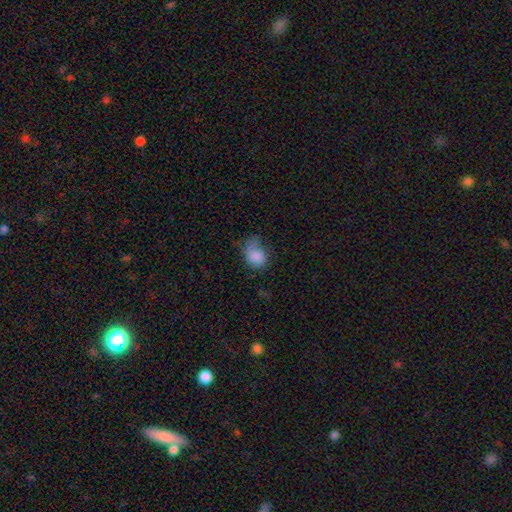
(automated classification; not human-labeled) Overall: smooth (80%). How rounded: in between (63%; round 36%). Merging: none (33%, tied with minor disturbance).